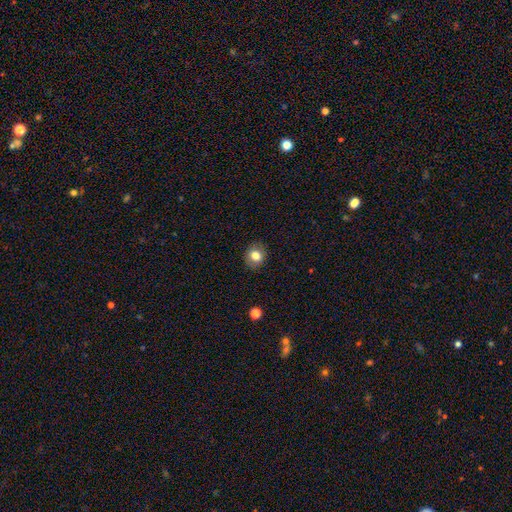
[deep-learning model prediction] A smooth galaxy with no disk features (80%) that is round (72%). Merging: none (87%).